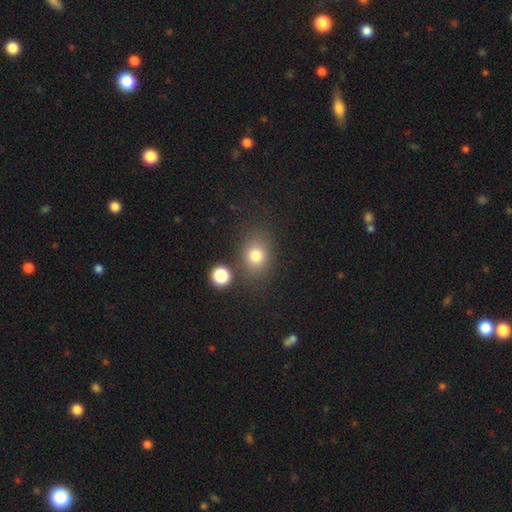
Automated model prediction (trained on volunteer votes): Morphology: type=smooth (79%); roundness=round (55%); merging=none (73%).